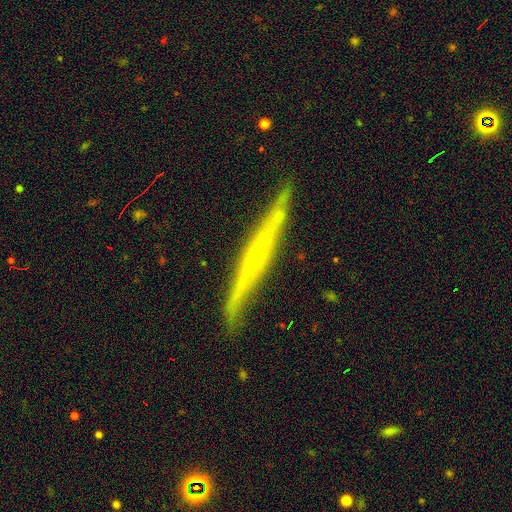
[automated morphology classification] Smooth or featured? Predicted: featured or disk (p=0.77). Edge-on disk? Predicted: yes (p=0.96). Edge-on bulge? Predicted: none (p=0.53). Merging? Predicted: none (p=0.82).